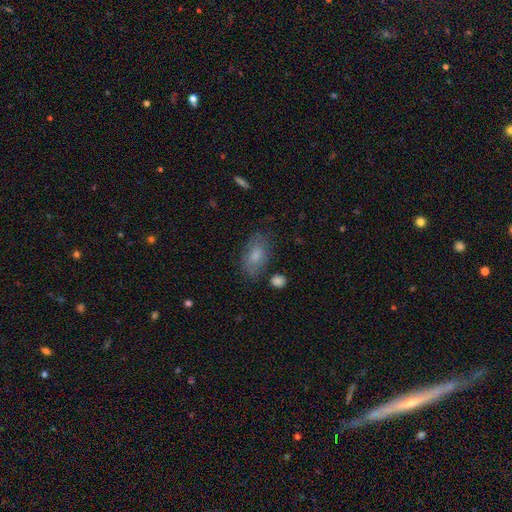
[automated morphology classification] Smooth or featured? smooth (72%)
How rounded? in between (91%)
Merging? none (70%)